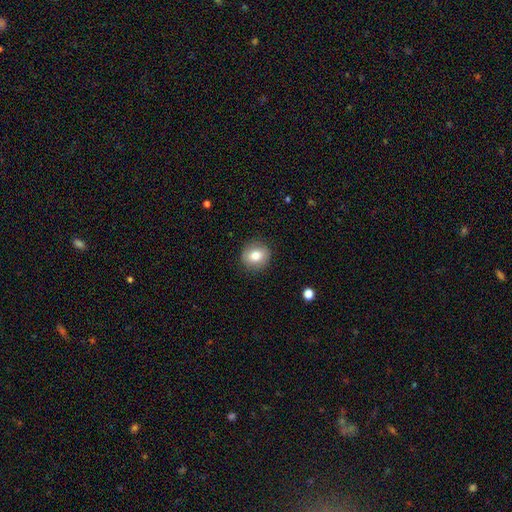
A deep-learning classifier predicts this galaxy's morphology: This appears to be a smooth galaxy with no disk features (79%) that is round (76%). Merging: none (88%).